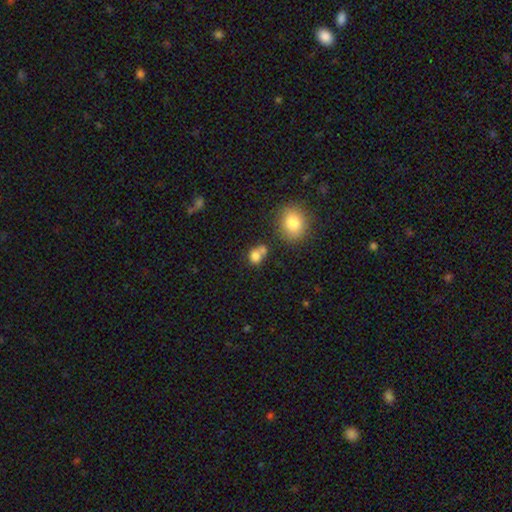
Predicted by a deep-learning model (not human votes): smooth-or-featured: smooth: 79% | star or artifact: 12% | featured or disk: 10%
  how-rounded: round: 70% | in between: 29% | cigar-shaped: 1%
  merging: merger: 44% | none: 42% | minor disturbance: 10% | major disturbance: 5%